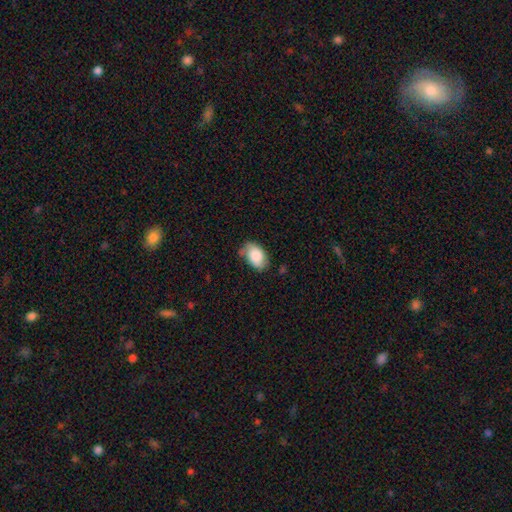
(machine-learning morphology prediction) Smooth or featured?
  - smooth: 83% *
  - featured or disk: 10%
  - star or artifact: 7%
How rounded?
  - in between: 90% *
  - round: 8%
  - cigar-shaped: 1%
Merging?
  - none: 58% *
  - minor disturbance: 32%
  - major disturbance: 7%
  - merger: 3%